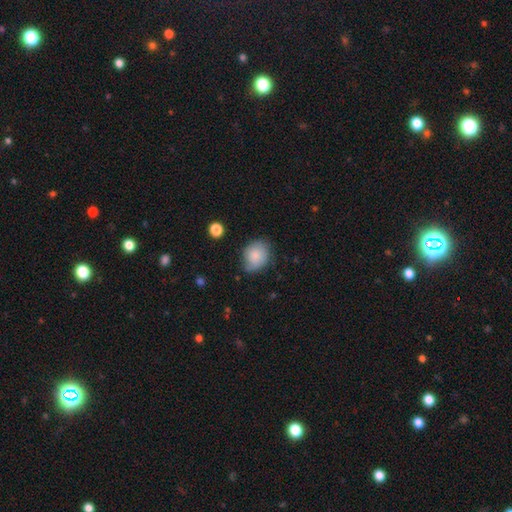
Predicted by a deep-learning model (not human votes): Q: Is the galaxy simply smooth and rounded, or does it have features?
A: smooth — 79%.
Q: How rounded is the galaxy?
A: in between — 51%.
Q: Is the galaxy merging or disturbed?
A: none — 62%.